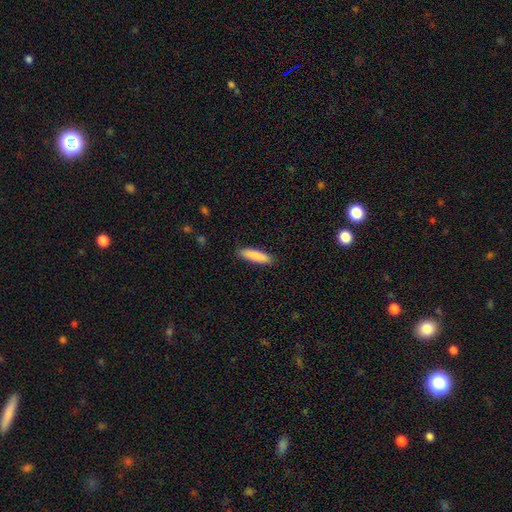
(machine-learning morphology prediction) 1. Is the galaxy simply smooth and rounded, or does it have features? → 87% smooth, 7% featured or disk, 6% star or artifact.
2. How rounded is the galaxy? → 74% cigar-shaped, 25% in between, 1% round.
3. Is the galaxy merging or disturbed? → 89% none, 8% minor disturbance, 2% major disturbance, 1% merger.